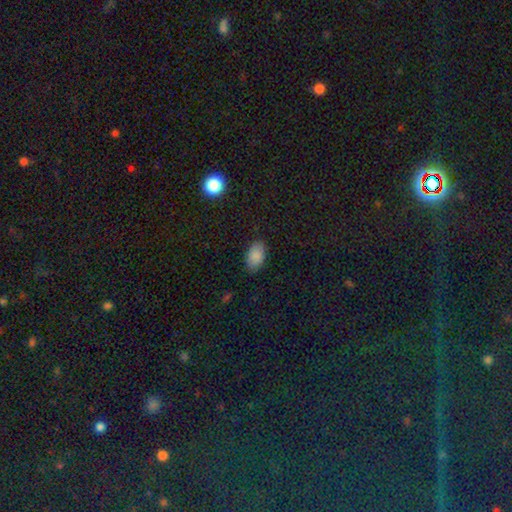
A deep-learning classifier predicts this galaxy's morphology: Smooth or featured? smooth (87%)
How rounded? in between (94%)
Merging? none (84%)